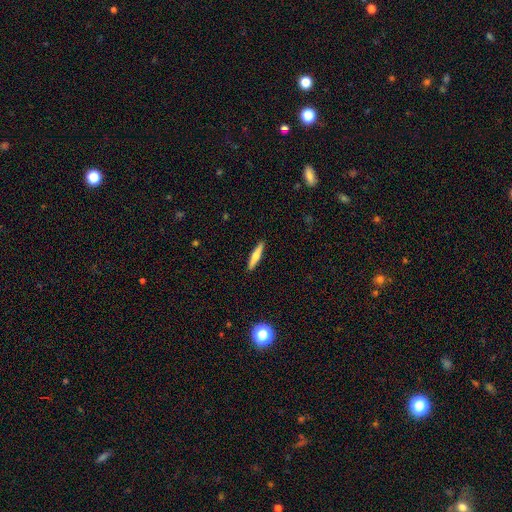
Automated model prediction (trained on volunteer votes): Overall: smooth (62%; featured or disk 32%). How rounded: cigar-shaped (88%). Merging: none (91%).